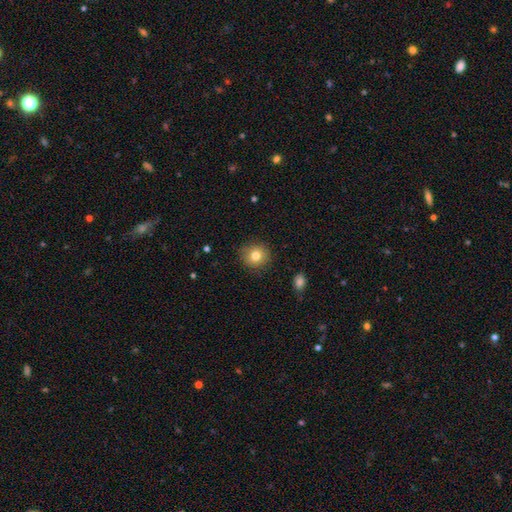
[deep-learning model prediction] This appears to be a smooth galaxy with no disk features (80%) that is round (88%). Merging: none (88%).